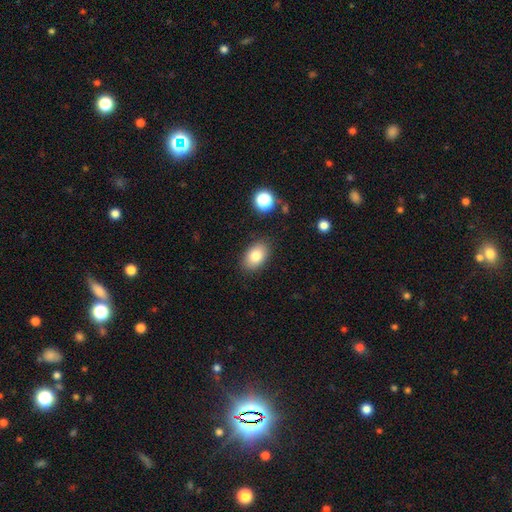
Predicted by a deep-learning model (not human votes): A smooth galaxy with no disk features (82%) that is in between round and cigar-shaped (86%).

Vote fractions:
- Smooth or featured? smooth: 82% / featured or disk: 9% / star or artifact: 9%
- How rounded? in between: 86% / round: 13% / cigar-shaped: 1%
- Merging? none: 85% / minor disturbance: 10% / major disturbance: 3% / merger: 2%